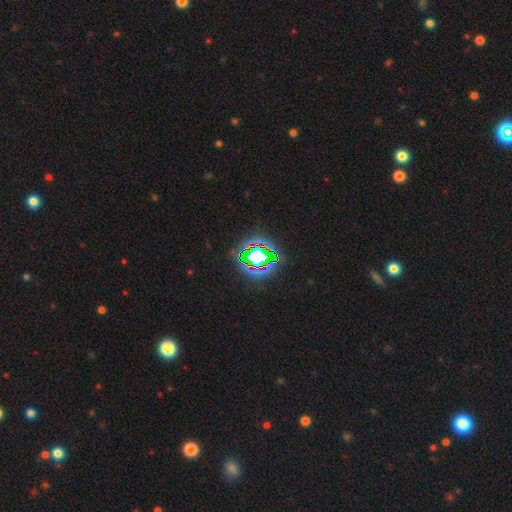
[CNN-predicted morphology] This appears to be a star or artifact, not a galaxy (66%).